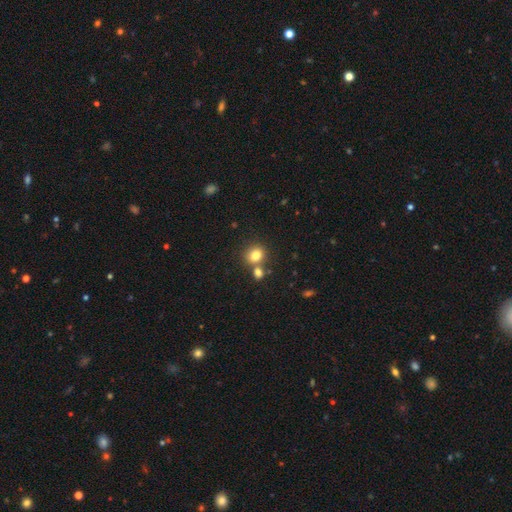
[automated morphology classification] Smooth or featured? smooth (80%)
How rounded? round (72%)
Merging? none (61%)